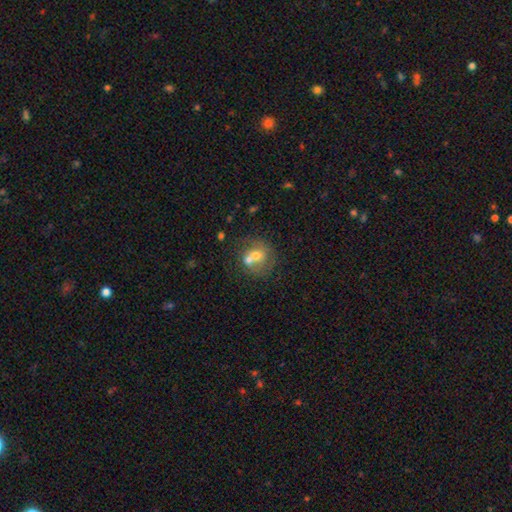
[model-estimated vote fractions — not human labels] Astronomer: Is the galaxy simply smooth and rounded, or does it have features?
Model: smooth — 54% (runner-up: featured or disk, 36%).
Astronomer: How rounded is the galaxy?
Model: round — 76%.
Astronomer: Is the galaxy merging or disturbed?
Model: merger — 49% (runner-up: none, 34%).